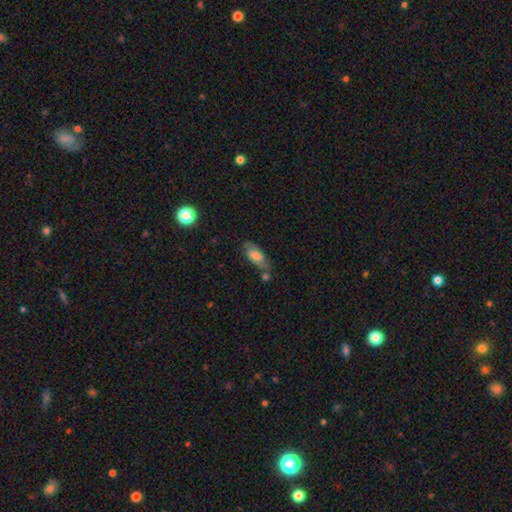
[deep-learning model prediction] Overall: smooth (60%; featured or disk 32%). How rounded: in between (77%). Merging: none (57%; minor disturbance 21%).